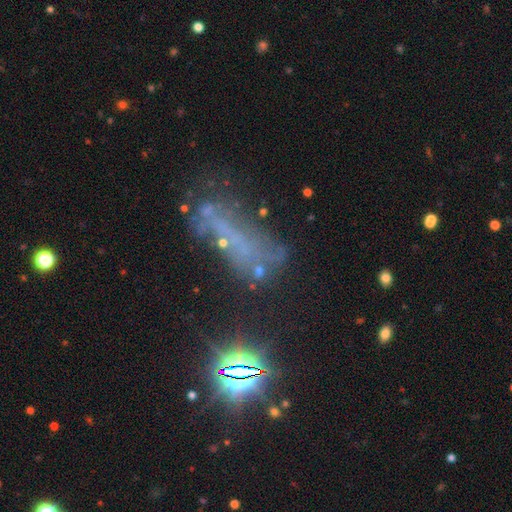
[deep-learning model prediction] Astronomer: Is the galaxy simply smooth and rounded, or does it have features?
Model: featured or disk — 40% (runner-up: star or artifact, 34%).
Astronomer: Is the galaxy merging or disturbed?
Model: none — 41% (runner-up: major disturbance, 26%).